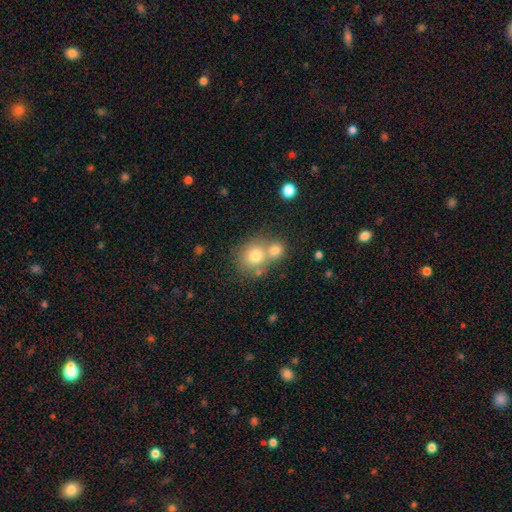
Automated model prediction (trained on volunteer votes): The model was most divided on "merging": merger: 48%, none: 41%, minor disturbance: 8%, major disturbance: 3%. More confident: how rounded — round (76%); smooth or featured — smooth (74%).